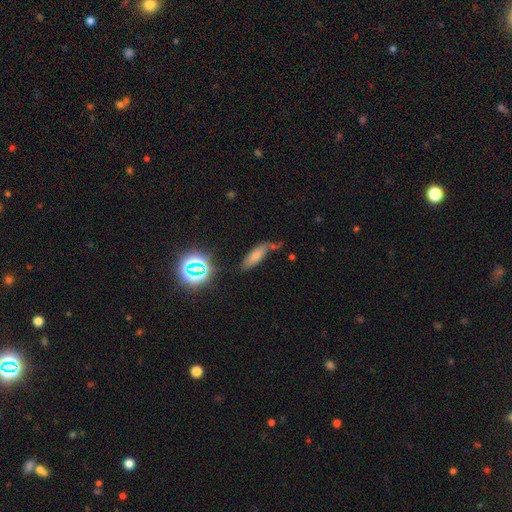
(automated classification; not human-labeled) The model was most divided on "how rounded": in between: 55%, cigar-shaped: 41%, round: 4%. More confident: smooth or featured — smooth (65%); merging — none (56%).